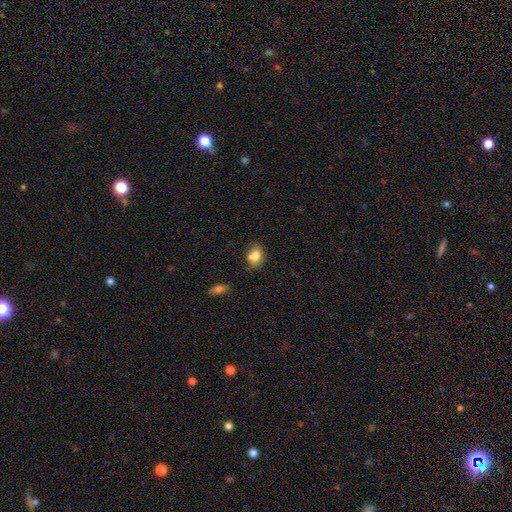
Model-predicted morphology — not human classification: Q: Smooth or featured?
A: smooth (76%); runner-up: featured or disk (14%)
Q: How rounded?
A: in between (64%); runner-up: round (34%)
Q: Merging?
A: none (47%); runner-up: minor disturbance (24%)